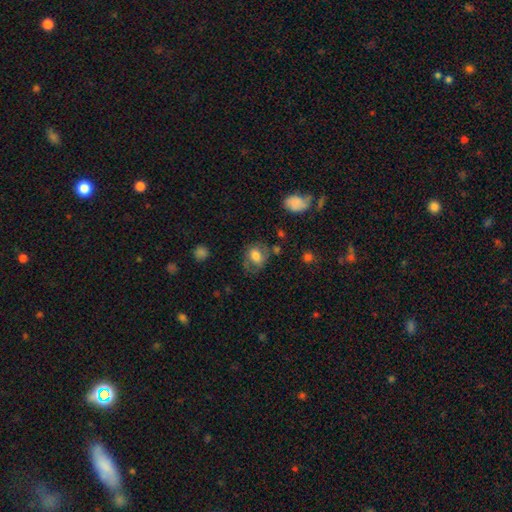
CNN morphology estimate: type=smooth (64%); roundness=in between (54%); merging=none (54%).